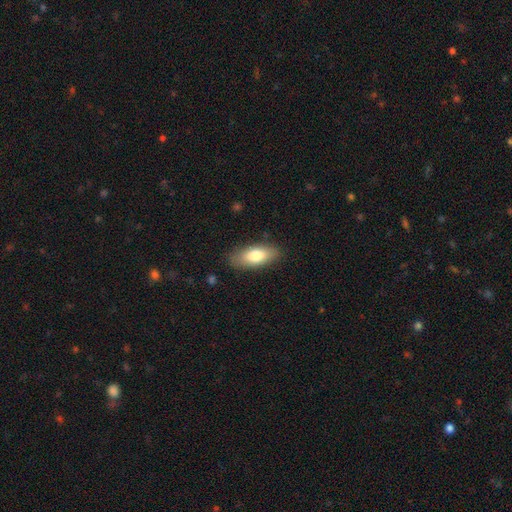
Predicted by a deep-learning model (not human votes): smooth-or-featured: smooth: 77% | featured or disk: 17% | star or artifact: 6%
  how-rounded: in between: 81% | cigar-shaped: 17% | round: 3%
  merging: none: 85% | minor disturbance: 11% | major disturbance: 3% | merger: 1%